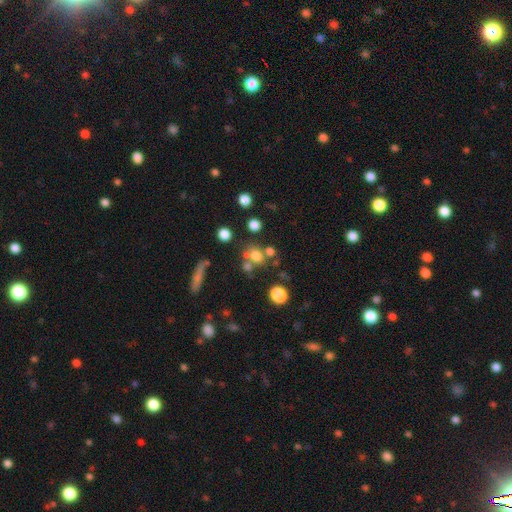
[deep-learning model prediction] This appears to be a smooth galaxy with no disk features (69%) that is round (62%). Merging: none (49%).